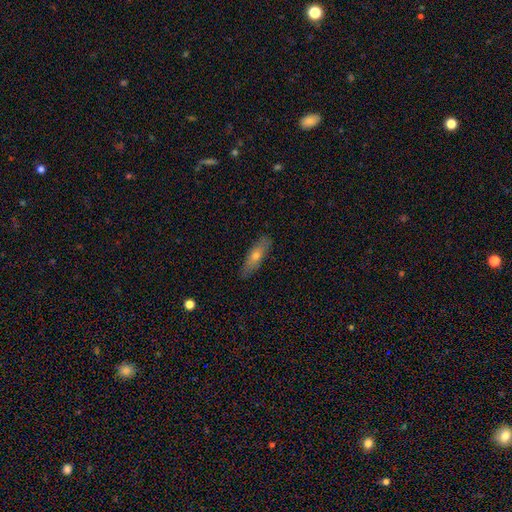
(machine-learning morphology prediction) A smooth galaxy with no disk features (56%) that is cigar-shaped (59%). Merging: none (87%).